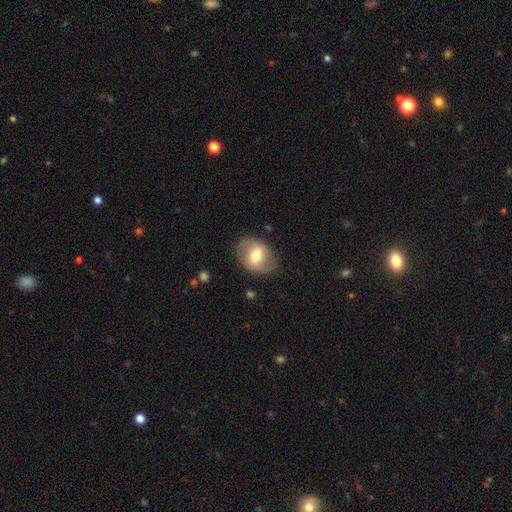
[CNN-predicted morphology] A featured or disk galaxy (53%) with a weak bar (43%), spiral arms (61%) and a moderate central bulge (63%).

Vote fractions:
- Smooth or featured? featured or disk: 53% / smooth: 40% / star or artifact: 7%
- Edge-on disk? no: 94% / yes: 6%
- Bar? weak: 43% / strong: 32% / no: 25%
- Spiral arms? yes: 61% / no: 39%
- Bulge size? moderate: 63% / small: 19% / large: 14% / dominant: 2% / none: 2%
- Merging? none: 79% / minor disturbance: 14% / major disturbance: 6% / merger: 1%